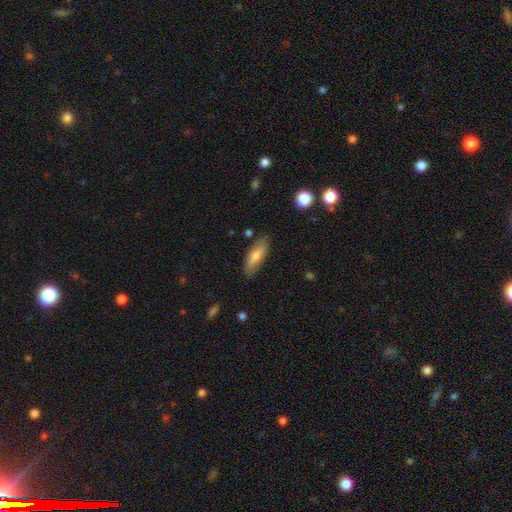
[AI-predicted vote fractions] This appears to be a smooth galaxy with no disk features (69%) that is in between round and cigar-shaped (56%). Merging: none (83%).